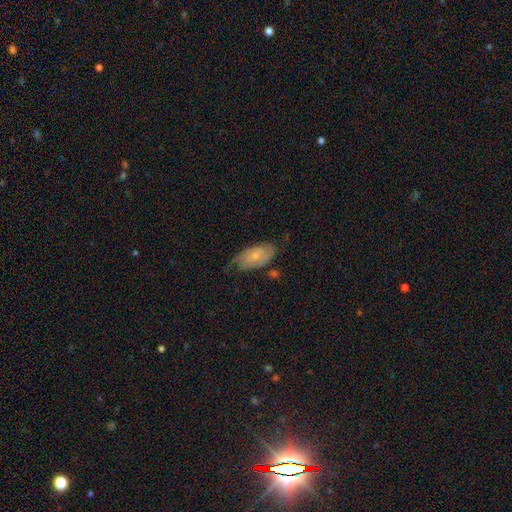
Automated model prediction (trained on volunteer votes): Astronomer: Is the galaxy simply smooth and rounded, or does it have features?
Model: featured or disk — 55% (runner-up: smooth, 38%).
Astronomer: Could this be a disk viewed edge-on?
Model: no — 93%.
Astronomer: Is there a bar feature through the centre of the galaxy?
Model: no — 70%.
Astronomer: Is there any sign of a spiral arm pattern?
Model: yes — 84%.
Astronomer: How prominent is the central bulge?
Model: small — 63%.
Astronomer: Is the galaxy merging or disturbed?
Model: none — 57%.